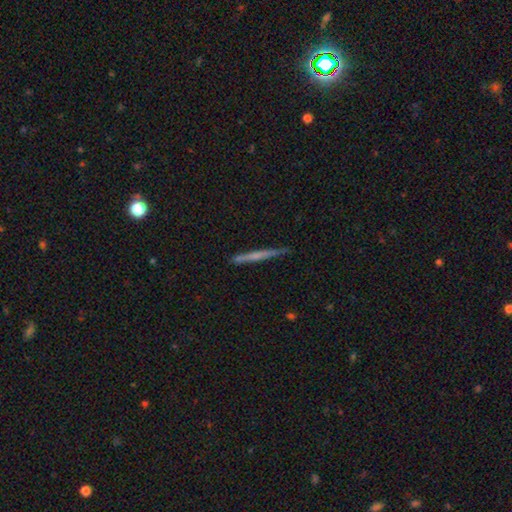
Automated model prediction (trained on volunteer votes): This is possibly a featured or disk galaxy (48%). Merging: clearly none (87%).